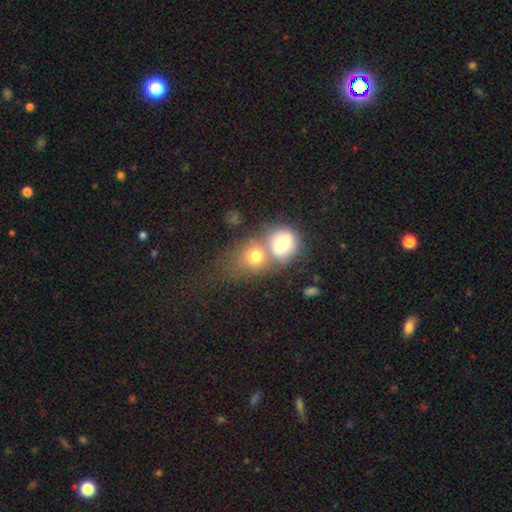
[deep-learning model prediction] A smooth galaxy with no disk features (73%) that is round (64%).

Vote fractions:
- Smooth or featured? smooth: 73% / featured or disk: 16% / star or artifact: 11%
- How rounded? round: 64% / in between: 35% / cigar-shaped: 1%
- Merging? merger: 58% / none: 26% / minor disturbance: 9% / major disturbance: 7%